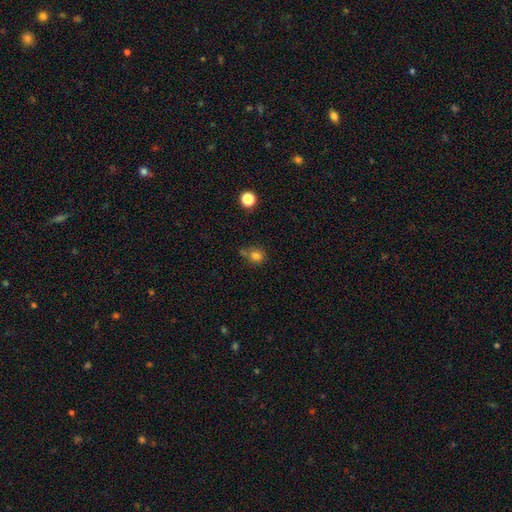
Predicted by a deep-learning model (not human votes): Morphology: type=smooth (79%); roundness=round (74%); merging=none (57%).